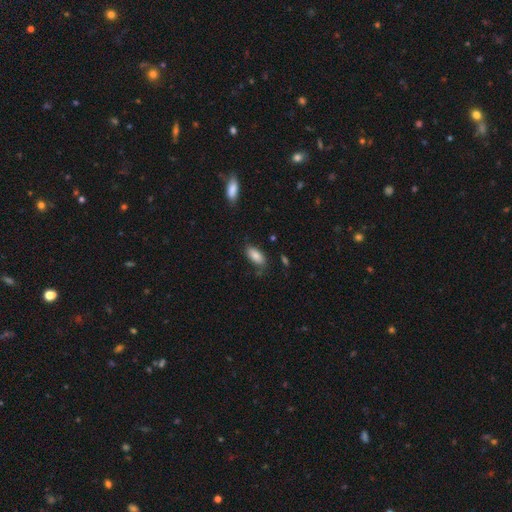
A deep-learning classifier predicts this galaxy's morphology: The model was most divided on "merging": none: 77%, minor disturbance: 17%, major disturbance: 4%, merger: 2%. More confident: how rounded — in between (89%); smooth or featured — smooth (85%).